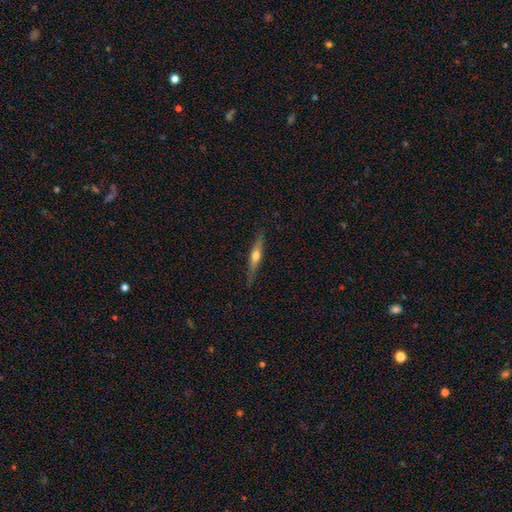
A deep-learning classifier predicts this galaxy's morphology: This is possibly a featured or disk galaxy (59%). It is clearly viewed edge-on (96%). Edge-on bulge: clearly rounded (88%). Merging: clearly none (85%).